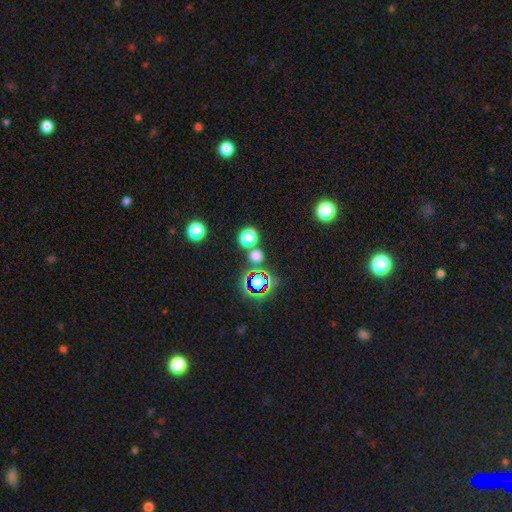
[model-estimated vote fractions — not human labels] A smooth galaxy with no disk features (55%) that is round (85%).

Vote fractions:
- Smooth or featured? smooth: 55% / star or artifact: 38% / featured or disk: 7%
- How rounded? round: 85% / in between: 14% / cigar-shaped: 2%
- Merging? none: 73% / merger: 15% / minor disturbance: 8% / major disturbance: 4%